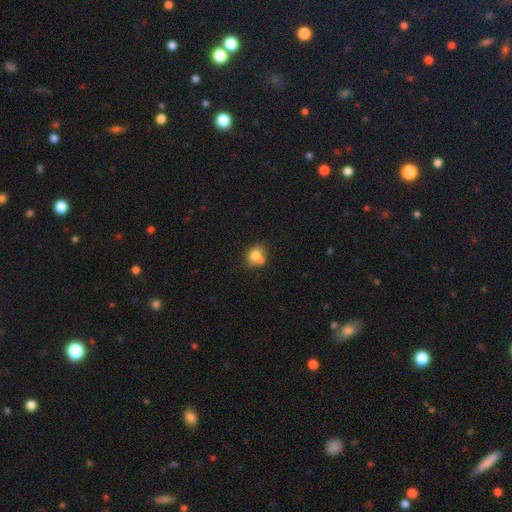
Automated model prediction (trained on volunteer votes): The model was most divided on "merging": none: 51%, merger: 32%, minor disturbance: 13%, major disturbance: 4%. More confident: smooth or featured — smooth (76%); how rounded — round (68%).